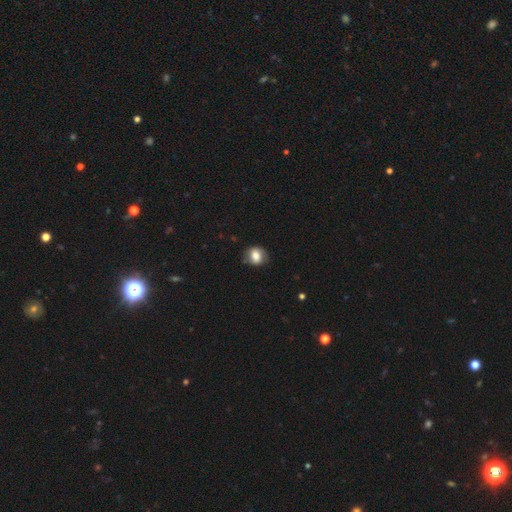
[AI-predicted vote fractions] Smooth or featured?
  - smooth: 72% *
  - featured or disk: 20%
  - star or artifact: 9%
How rounded?
  - round: 51% *
  - in between: 48%
  - cigar-shaped: 1%
Merging?
  - none: 66% *
  - minor disturbance: 24%
  - major disturbance: 8%
  - merger: 2%